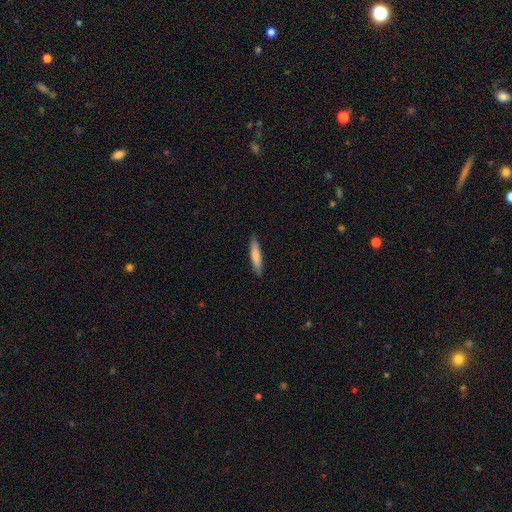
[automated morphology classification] This appears to be a smooth galaxy with no disk features (76%) that is cigar-shaped (88%). Merging: none (90%).